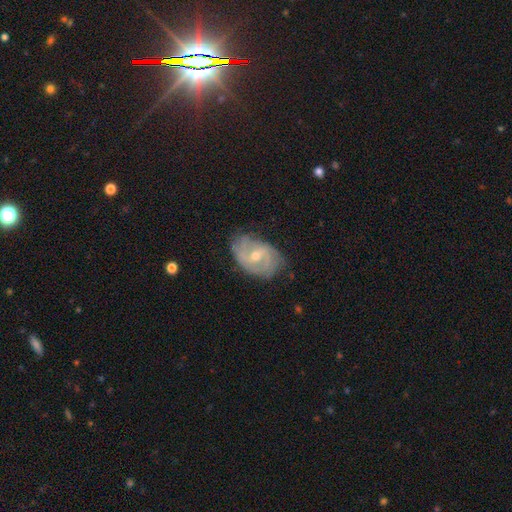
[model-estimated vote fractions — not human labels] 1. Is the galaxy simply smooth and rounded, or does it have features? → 79% featured or disk, 15% smooth, 6% star or artifact.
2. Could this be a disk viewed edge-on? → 96% no, 4% yes.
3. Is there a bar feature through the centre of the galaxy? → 50% weak, 38% no, 12% strong.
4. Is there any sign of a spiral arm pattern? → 90% yes, 10% no.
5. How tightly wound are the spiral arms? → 43% tight, 40% medium, 17% loose.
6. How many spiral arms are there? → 44% 2, 29% can't tell, 15% 3, 5% 4, 4% 1, 3% more than 4.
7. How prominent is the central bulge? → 49% moderate, 48% small, 1% large, 1% none, 1% dominant.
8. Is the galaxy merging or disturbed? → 66% none, 25% minor disturbance, 8% major disturbance, 1% merger.